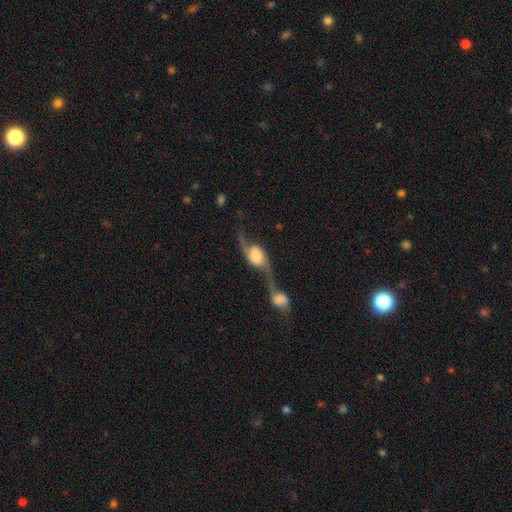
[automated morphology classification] Smooth or featured? featured or disk (73%)
Edge-on disk? no (88%)
Bar? no (51%)
Spiral arms? yes (90%)
Spiral winding? loose (83%)
Spiral arm count? 2 (85%)
Bulge size? large (42%)
Merging? merger (70%)